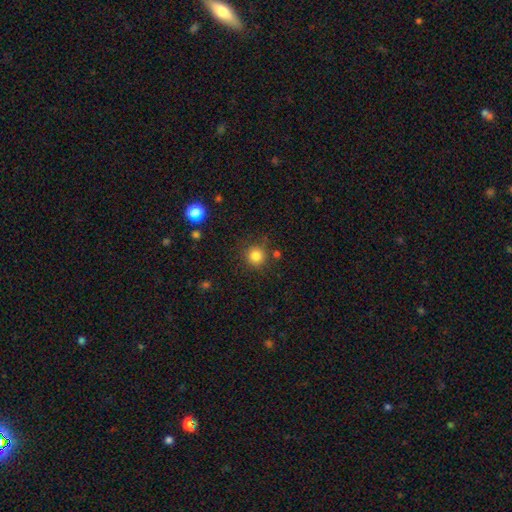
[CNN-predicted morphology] Smooth or featured: smooth — 83% (star or artifact — 12%)
How rounded: round — 93% (in between — 6%)
Merging: none — 82% (minor disturbance — 10%)